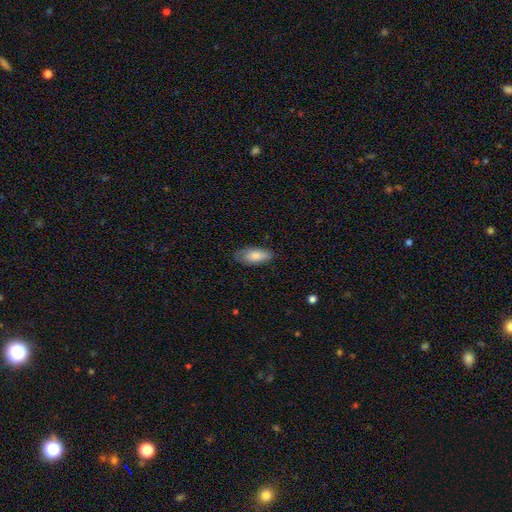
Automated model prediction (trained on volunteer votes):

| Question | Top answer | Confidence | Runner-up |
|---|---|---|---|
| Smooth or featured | smooth | 77% | featured or disk (17%) |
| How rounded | in between | 84% | cigar-shaped (14%) |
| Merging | none | 74% | minor disturbance (21%) |